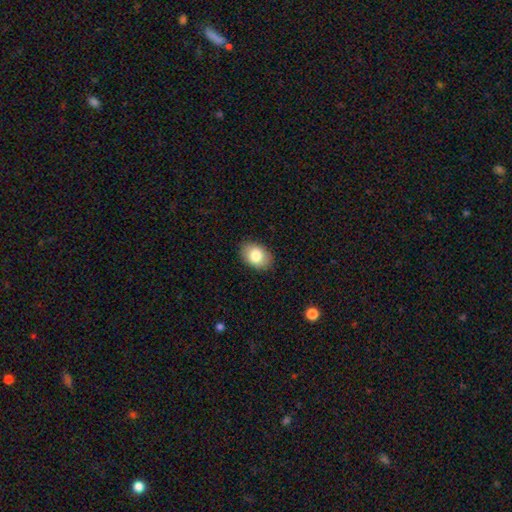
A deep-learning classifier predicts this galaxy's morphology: The model was most divided on "how rounded": in between: 82%, round: 17%, cigar-shaped: 1%. More confident: merging — none (88%); smooth or featured — smooth (82%).